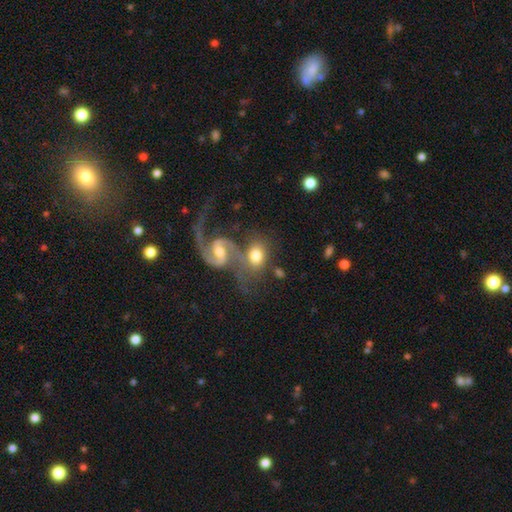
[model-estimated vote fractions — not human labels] The model was most divided on "smooth or featured" (2-way tie): smooth: 46%, featured or disk: 46%, star or artifact: 7%. Remaining: merging — merger (44%).